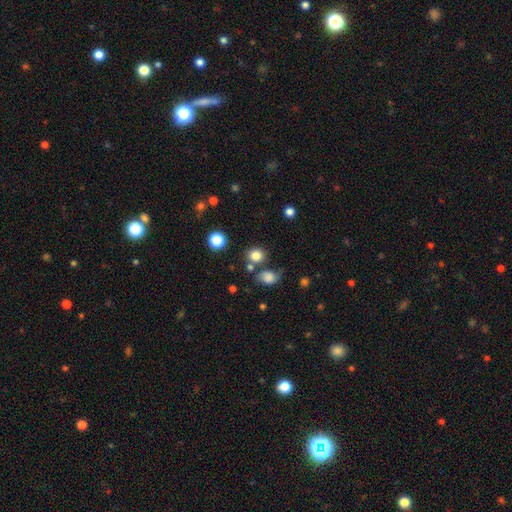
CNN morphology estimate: Smooth or featured: smooth — 81% (star or artifact — 12%)
How rounded: round — 73% (in between — 26%)
Merging: none — 73% (merger — 12%)